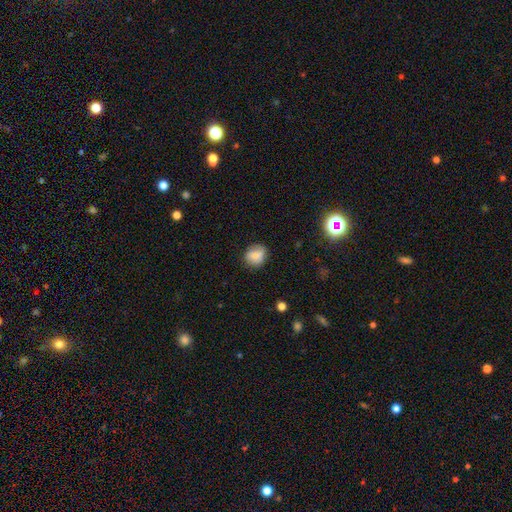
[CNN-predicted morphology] type=smooth (77%); roundness=round (72%); merging=none (77%).